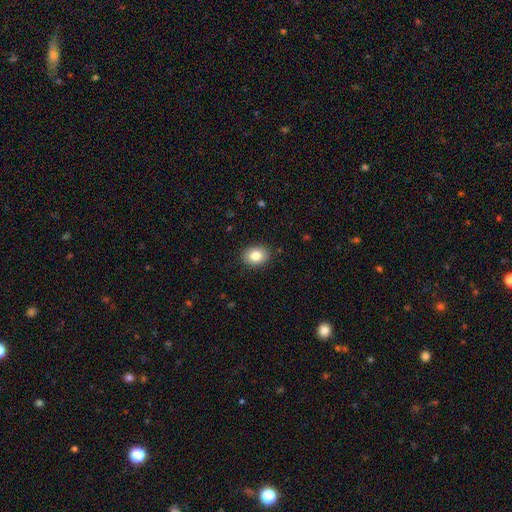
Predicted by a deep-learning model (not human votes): The model was most divided on "how rounded": in between: 63%, round: 36%, cigar-shaped: 1%. More confident: merging — none (88%); smooth or featured — smooth (84%).